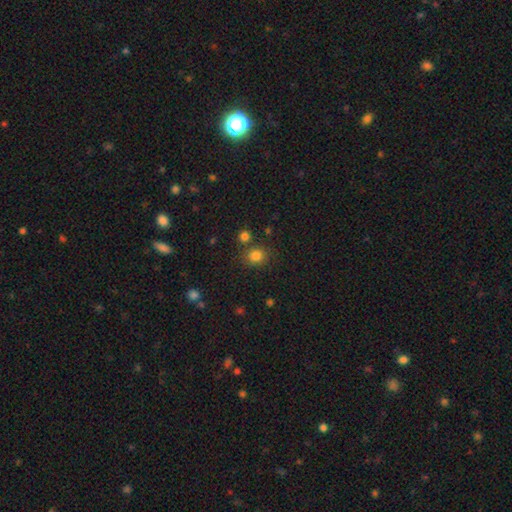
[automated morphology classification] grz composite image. It shows a smooth galaxy with no disk features (81%) that is round (78%). Merging: none (75%).